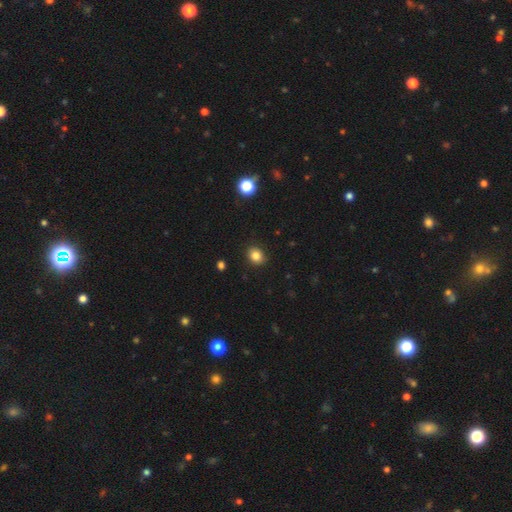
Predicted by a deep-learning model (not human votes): Overall: smooth (84%). How rounded: round (63%; in between 36%). Merging: none (87%).